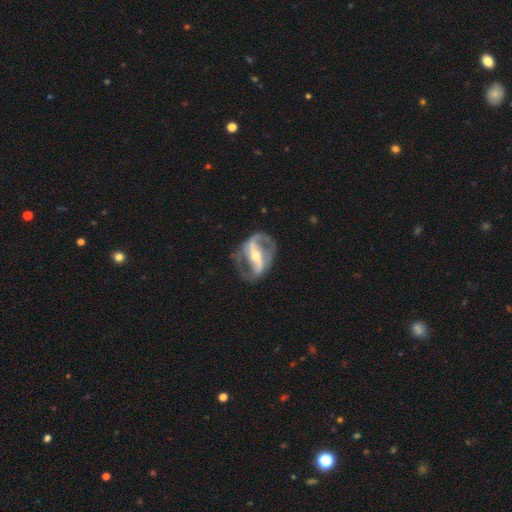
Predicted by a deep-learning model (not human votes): smooth_or_featured: featured or disk (p=0.87) [alt: smooth p=0.09]
disk_edge_on: no (p=0.93) [alt: yes p=0.07]
bar: strong (p=0.67) [alt: weak p=0.22]
has_spiral_arms: yes (p=0.84) [alt: no p=0.16]
spiral_winding: medium (p=0.45) [alt: loose p=0.35]
spiral_arm_count: 2 (p=0.88) [alt: can't tell p=0.06]
bulge_size: moderate (p=0.57) [alt: small p=0.36]
merging: none (p=0.69) [alt: minor disturbance p=0.16]